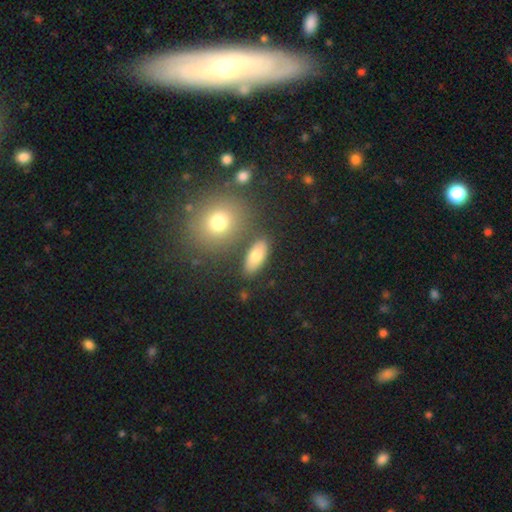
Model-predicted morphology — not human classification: smooth 74%, featured or disk 16%, star or artifact 10%. Down the decision tree: how rounded — in between (83%); merging — none (80%).